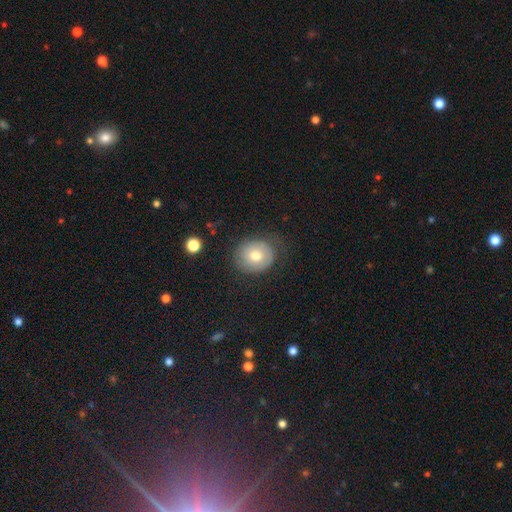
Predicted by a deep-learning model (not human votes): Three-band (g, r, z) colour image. It shows a smooth galaxy with no disk features (70%) that is round (75%). Merging: none (71%).